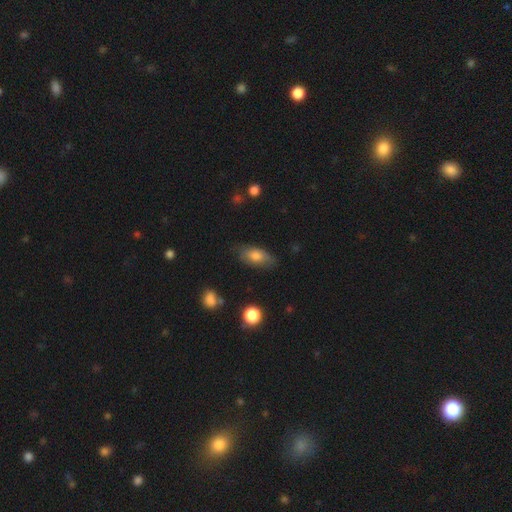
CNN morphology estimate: Smooth or featured?
  - smooth: 76% *
  - featured or disk: 17%
  - star or artifact: 7%
How rounded?
  - in between: 88% *
  - cigar-shaped: 8%
  - round: 4%
Merging?
  - none: 75% *
  - minor disturbance: 19%
  - major disturbance: 5%
  - merger: 2%